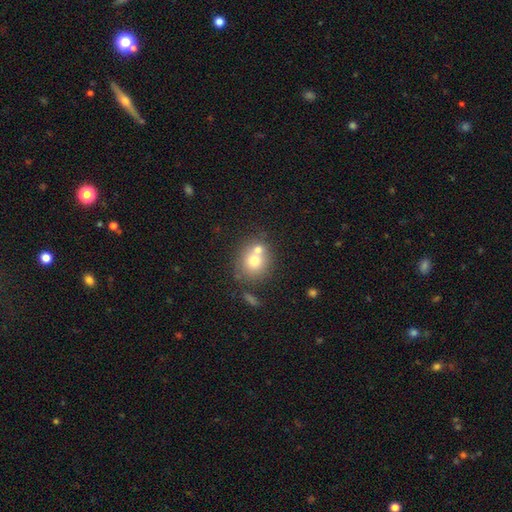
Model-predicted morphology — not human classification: A smooth galaxy with no disk features (68%) that is round (79%). Merging: none (46%).